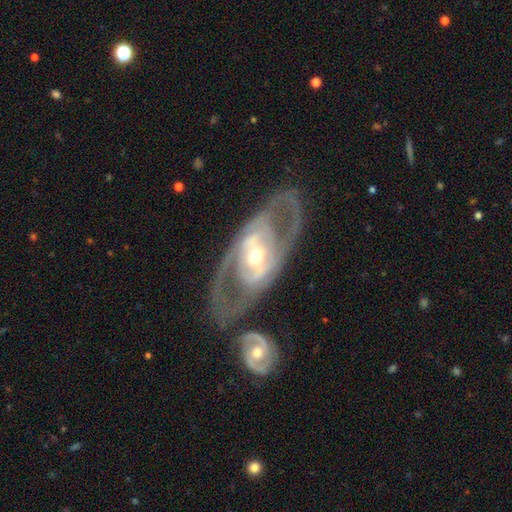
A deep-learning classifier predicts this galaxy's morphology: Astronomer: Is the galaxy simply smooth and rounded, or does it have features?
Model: featured or disk — 85%.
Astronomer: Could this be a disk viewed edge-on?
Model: no — 91%.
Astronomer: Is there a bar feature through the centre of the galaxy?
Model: weak — 34%, tied with strong at 34%.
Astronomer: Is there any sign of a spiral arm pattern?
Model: yes — 73%.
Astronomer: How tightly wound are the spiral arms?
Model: tight — 44% (runner-up: medium, 40%).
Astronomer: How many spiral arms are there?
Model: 2 — 71%.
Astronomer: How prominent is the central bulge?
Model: moderate — 64%.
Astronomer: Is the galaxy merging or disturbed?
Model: none — 72%.